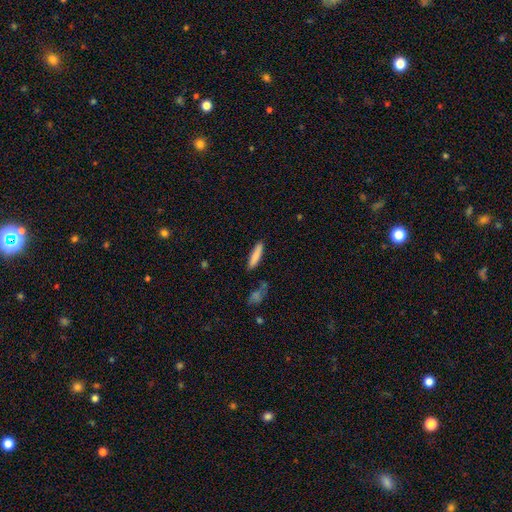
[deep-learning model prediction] A smooth galaxy with no disk features (82%) that is cigar-shaped (83%). Merging: none (83%).